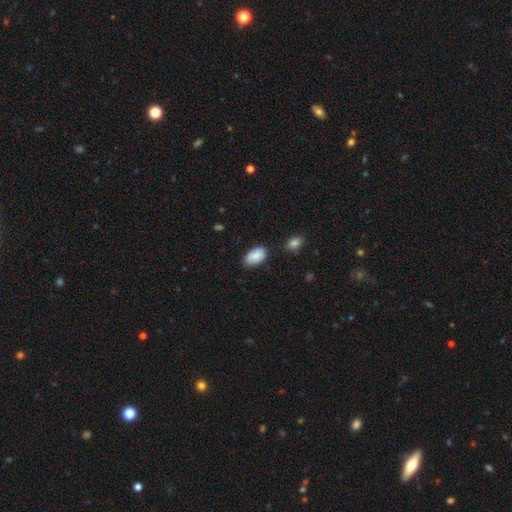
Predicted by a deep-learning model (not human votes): The model was most divided on "merging": none: 80%, minor disturbance: 14%, merger: 3%, major disturbance: 3%. More confident: how rounded — in between (94%); smooth or featured — smooth (88%).